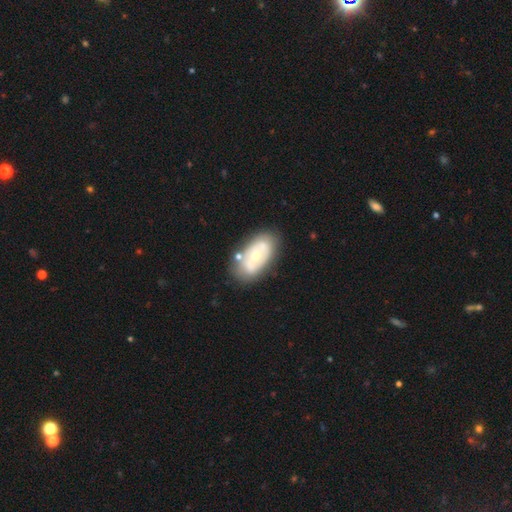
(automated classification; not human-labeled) Smooth or featured: featured or disk — 62% (smooth — 33%)
Edge-on disk: no — 93% (yes — 7%)
Bar: no — 70% (weak — 22%)
Spiral arms: no — 61% (yes — 39%)
Bulge size: moderate — 62% (small — 31%)
Merging: none — 71% (minor disturbance — 17%)